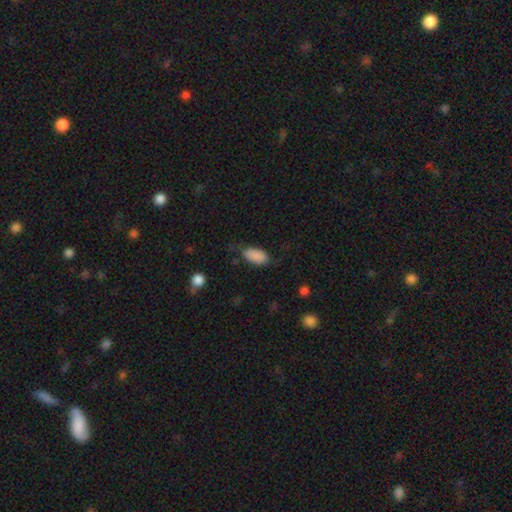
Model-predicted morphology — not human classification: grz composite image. It shows a smooth galaxy with no disk features (88%) that is in between round and cigar-shaped (93%). Merging: none (72%).